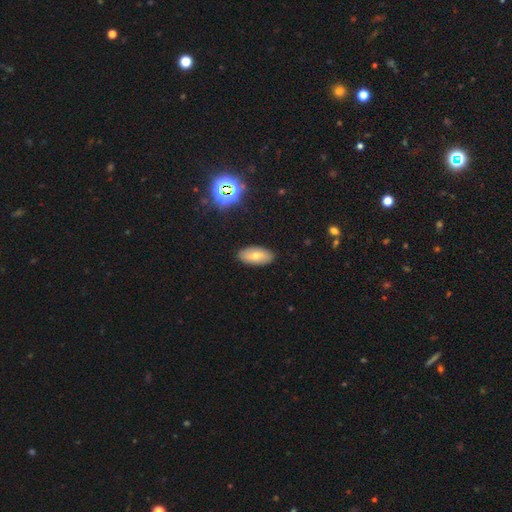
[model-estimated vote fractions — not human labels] Smooth or featured?
  - smooth: 66% *
  - featured or disk: 24%
  - star or artifact: 10%
How rounded?
  - in between: 93% *
  - cigar-shaped: 4%
  - round: 3%
Merging?
  - none: 89% *
  - minor disturbance: 8%
  - major disturbance: 2%
  - merger: 1%